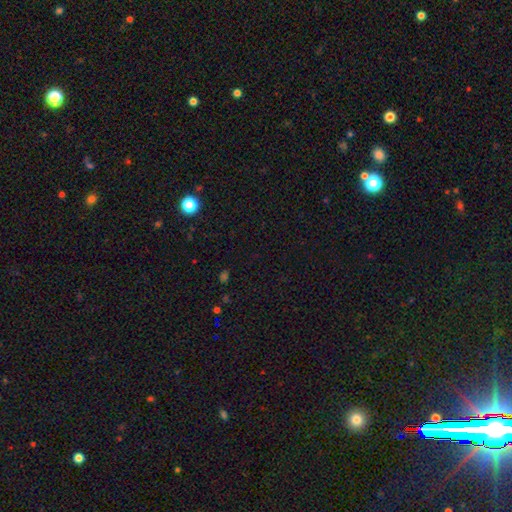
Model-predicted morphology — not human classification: Smooth or featured? Predicted: star or artifact (p=0.65).